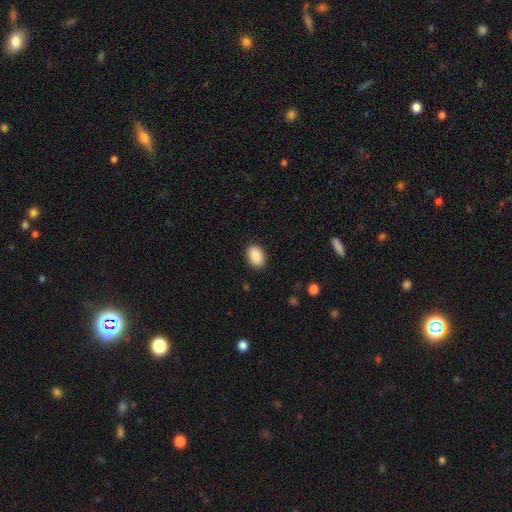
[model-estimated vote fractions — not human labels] Morphology: type=smooth (90%); roundness=in between (86%); merging=none (89%).